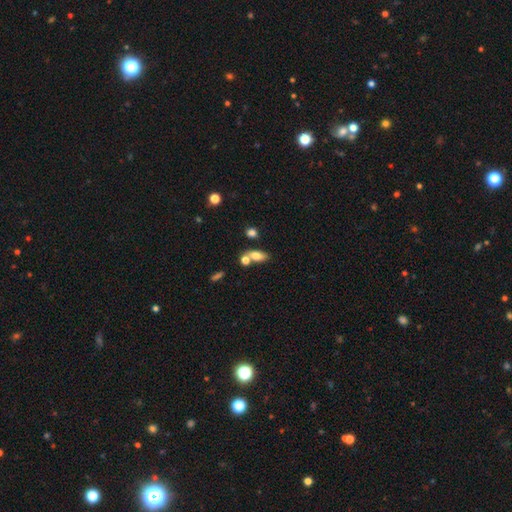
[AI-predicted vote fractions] This appears to be a smooth galaxy with no disk features (74%) that is in between round and cigar-shaped (79%). Merging: none (51%).